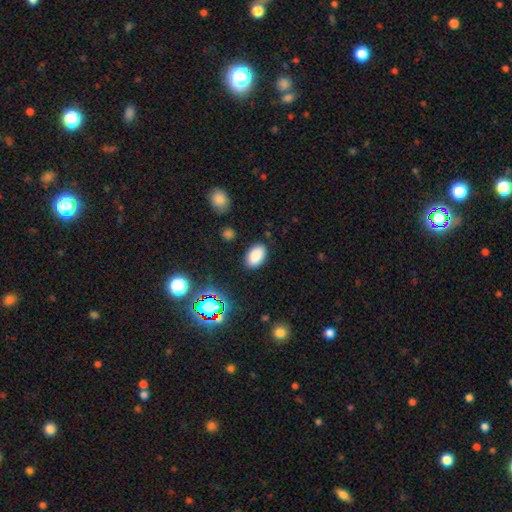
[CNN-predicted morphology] Overall: smooth (85%). How rounded: in between (91%). Merging: none (86%).